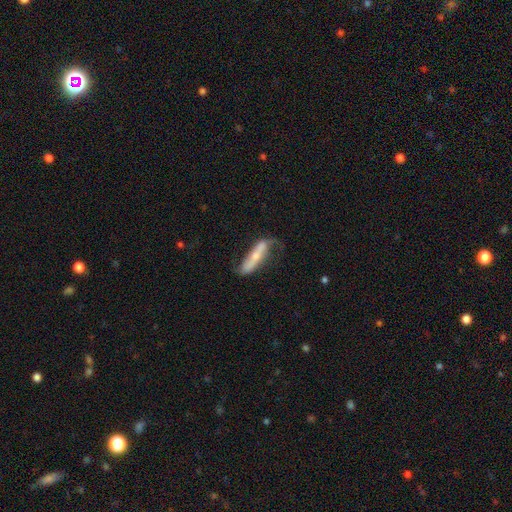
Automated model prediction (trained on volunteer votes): The model was most divided on "merging": none: 50%, minor disturbance: 28%, major disturbance: 19%, merger: 3%. More confident: edge-on disk — no (65%); smooth or featured — featured or disk (64%).